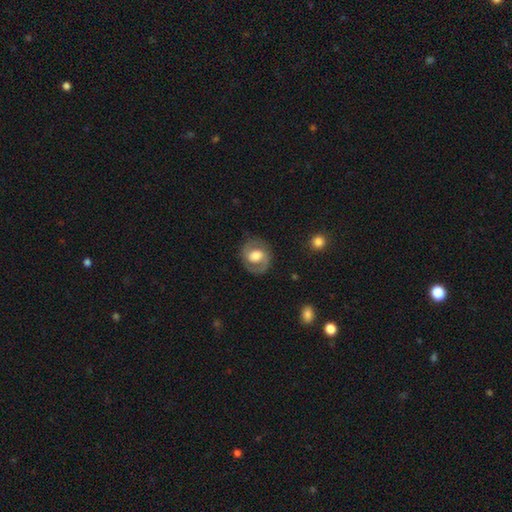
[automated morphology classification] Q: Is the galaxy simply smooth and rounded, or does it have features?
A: featured or disk — 65%.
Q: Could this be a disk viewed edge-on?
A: no — 97%.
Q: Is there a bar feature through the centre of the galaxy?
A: no — 43%.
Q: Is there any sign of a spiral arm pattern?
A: yes — 80%.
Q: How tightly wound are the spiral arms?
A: medium — 48%.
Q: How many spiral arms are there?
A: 2 — 86%.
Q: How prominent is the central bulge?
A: moderate — 46%.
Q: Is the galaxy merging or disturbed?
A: none — 81%.